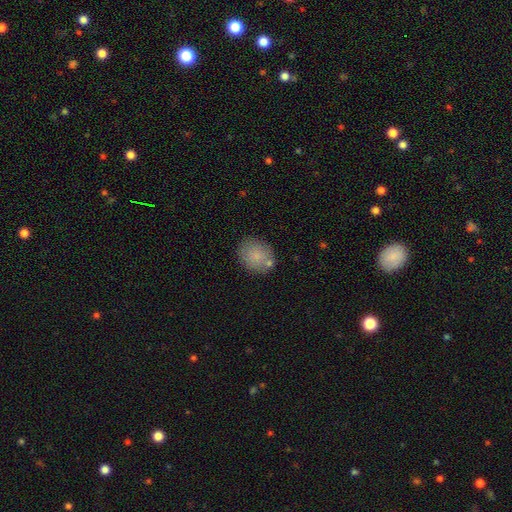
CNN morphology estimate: This is clearly a smooth galaxy (81%). How rounded: possibly round (57%). Merging: likely none (73%).